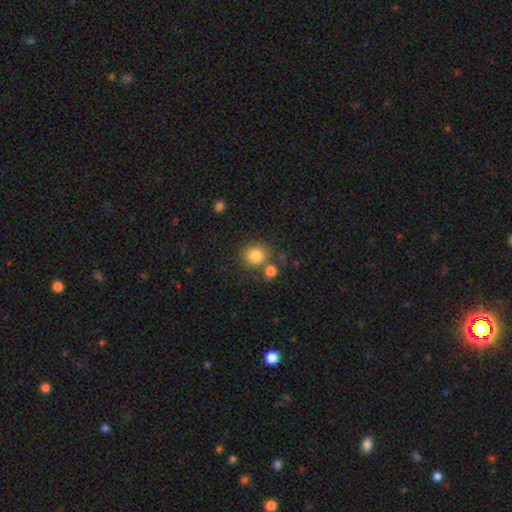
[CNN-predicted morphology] type=smooth (83%); roundness=round (85%); merging=none (67%).